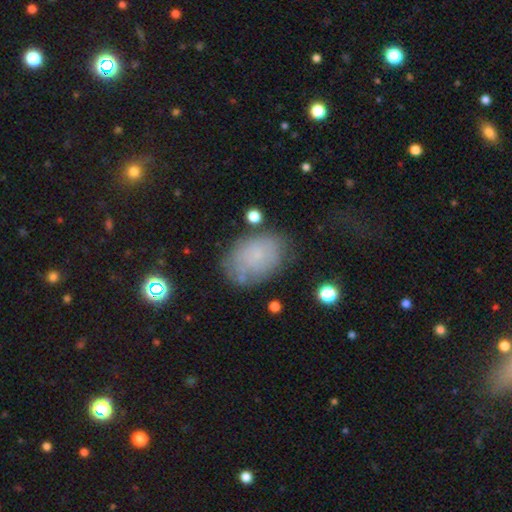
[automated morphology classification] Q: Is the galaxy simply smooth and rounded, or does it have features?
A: smooth — 62%.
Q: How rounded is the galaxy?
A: in between — 80%.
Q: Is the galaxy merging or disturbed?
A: none — 63%.